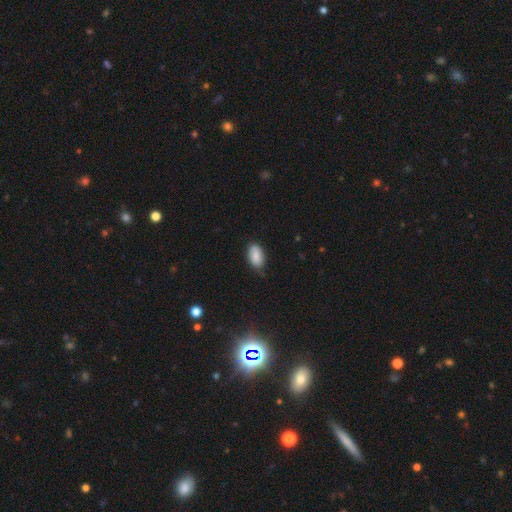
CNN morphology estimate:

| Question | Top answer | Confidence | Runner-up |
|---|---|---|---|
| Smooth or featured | smooth | 86% | star or artifact (7%) |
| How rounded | in between | 93% | round (5%) |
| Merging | none | 70% | minor disturbance (24%) |